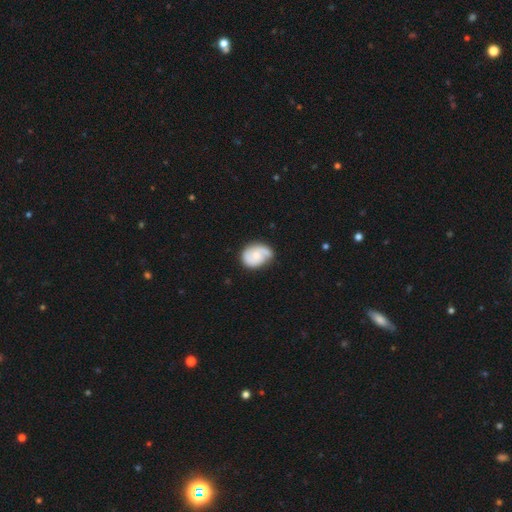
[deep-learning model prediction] smooth_or_featured: featured or disk (p=0.62) [alt: smooth p=0.31]
disk_edge_on: no (p=0.98) [alt: yes p=0.02]
bar: no (p=0.69) [alt: weak p=0.27]
has_spiral_arms: yes (p=0.91) [alt: no p=0.09]
spiral_winding: medium (p=0.41) [alt: tight p=0.37]
spiral_arm_count: 2 (p=0.63) [alt: 1 p=0.22]
bulge_size: small (p=0.48) [alt: moderate p=0.37]
merging: none (p=0.61) [alt: minor disturbance p=0.27]